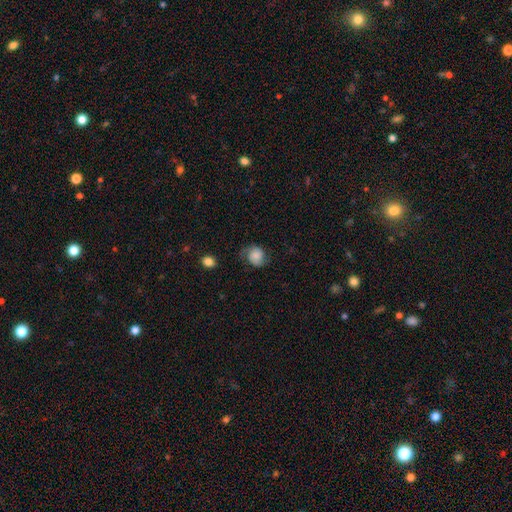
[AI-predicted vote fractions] Smooth or featured?
  - smooth: 49% *
  - featured or disk: 42%
  - star or artifact: 9%
Merging?
  - none: 64% *
  - minor disturbance: 24%
  - major disturbance: 10%
  - merger: 2%